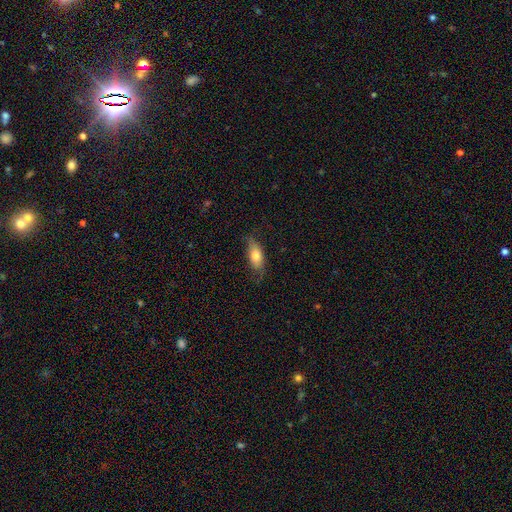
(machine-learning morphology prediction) smooth-or-featured: smooth: 71% | featured or disk: 22% | star or artifact: 7%
  how-rounded: in between: 79% | cigar-shaped: 18% | round: 3%
  merging: none: 63% | minor disturbance: 27% | major disturbance: 9% | merger: 1%